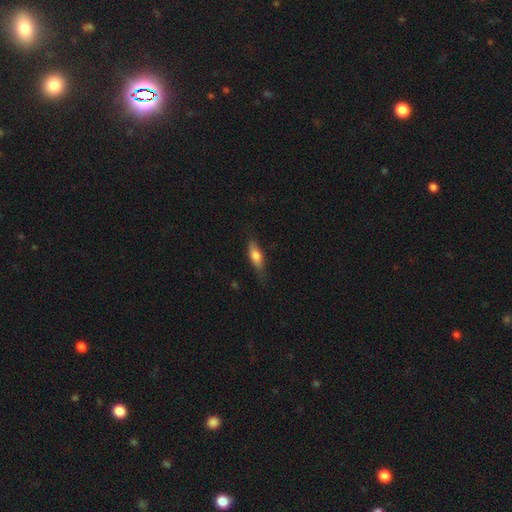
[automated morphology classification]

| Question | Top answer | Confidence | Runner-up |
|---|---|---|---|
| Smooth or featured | smooth | 68% | featured or disk (26%) |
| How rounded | in between | 50% | cigar-shaped (47%) |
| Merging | none | 71% | minor disturbance (23%) |